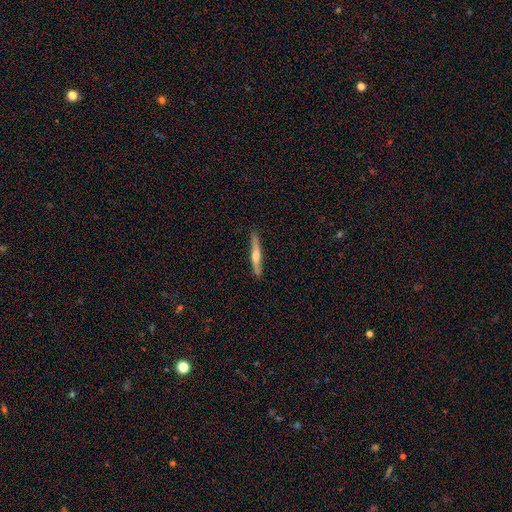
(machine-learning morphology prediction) Q: Smooth or featured?
A: featured or disk (62%); runner-up: smooth (32%)
Q: Edge-on disk?
A: yes (96%); runner-up: no (4%)
Q: Edge-on bulge?
A: rounded (80%); runner-up: none (12%)
Q: Merging?
A: none (88%); runner-up: minor disturbance (9%)